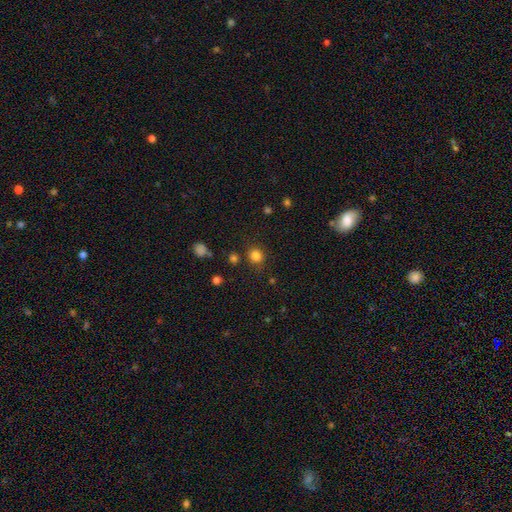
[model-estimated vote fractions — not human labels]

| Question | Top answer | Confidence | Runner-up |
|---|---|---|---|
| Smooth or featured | smooth | 82% | star or artifact (14%) |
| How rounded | round | 86% | in between (13%) |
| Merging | none | 83% | minor disturbance (9%) |